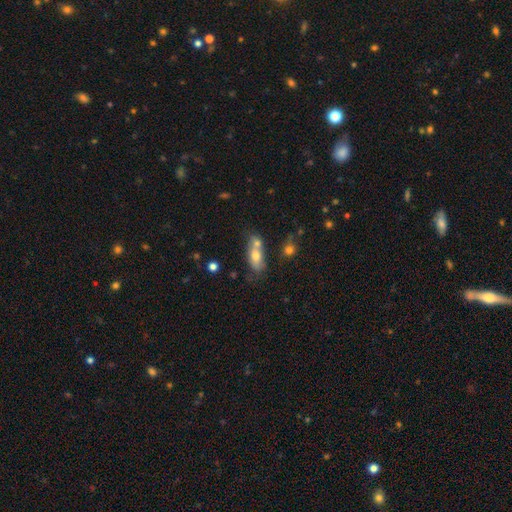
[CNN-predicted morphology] This appears to be a smooth galaxy with no disk features (67%) that is in between round and cigar-shaped (78%). Merging: merger (48%).